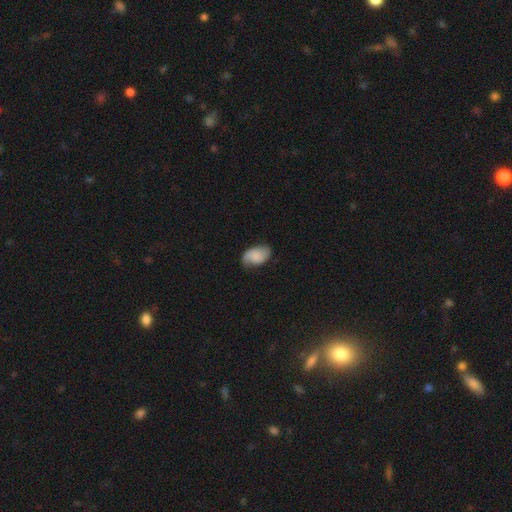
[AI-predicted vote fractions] Smooth or featured?
  - smooth: 52% *
  - featured or disk: 39%
  - star or artifact: 8%
How rounded?
  - in between: 90% *
  - round: 9%
  - cigar-shaped: 1%
Merging?
  - none: 70% *
  - minor disturbance: 22%
  - major disturbance: 7%
  - merger: 1%